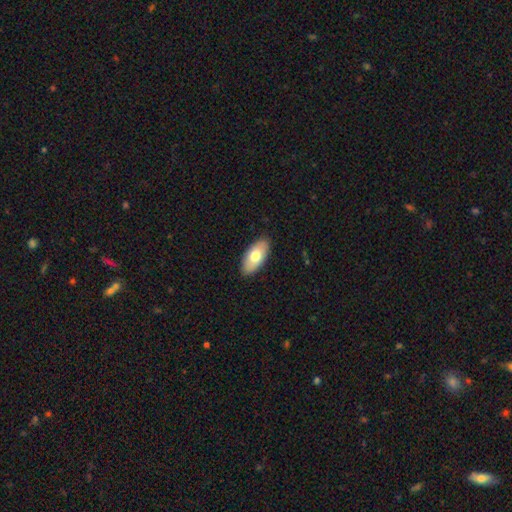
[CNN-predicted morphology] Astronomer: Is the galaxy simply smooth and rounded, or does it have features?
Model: smooth — 72%.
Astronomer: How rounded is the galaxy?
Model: in between — 93%.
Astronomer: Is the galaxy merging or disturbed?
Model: none — 89%.